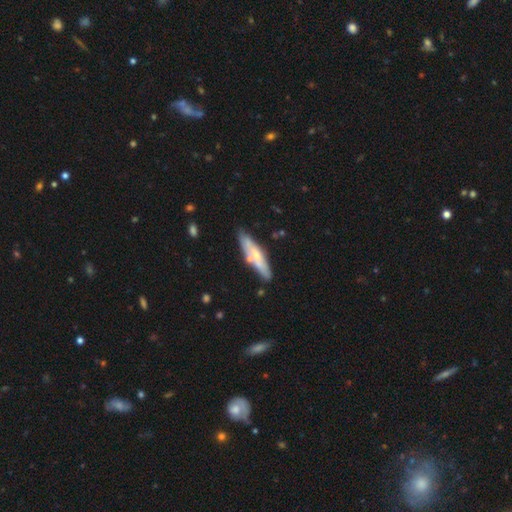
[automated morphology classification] A smooth galaxy with no disk features (50%).

Vote fractions:
- Smooth or featured? smooth: 50% / featured or disk: 44% / star or artifact: 6%
- Merging? none: 73% / minor disturbance: 15% / merger: 9% / major disturbance: 3%